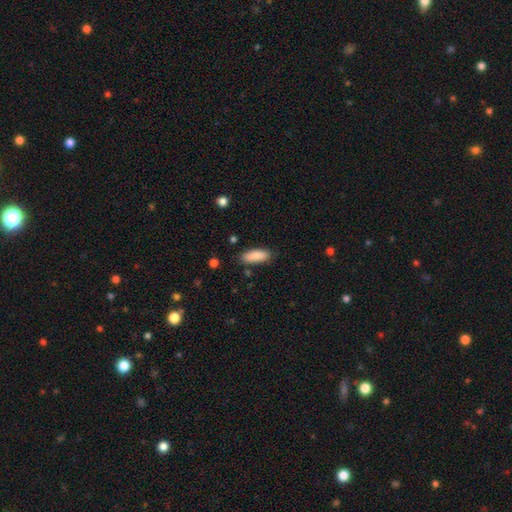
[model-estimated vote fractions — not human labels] The model was most divided on "how rounded": in between: 70%, cigar-shaped: 28%, round: 2%. More confident: smooth or featured — smooth (88%); merging — none (82%).